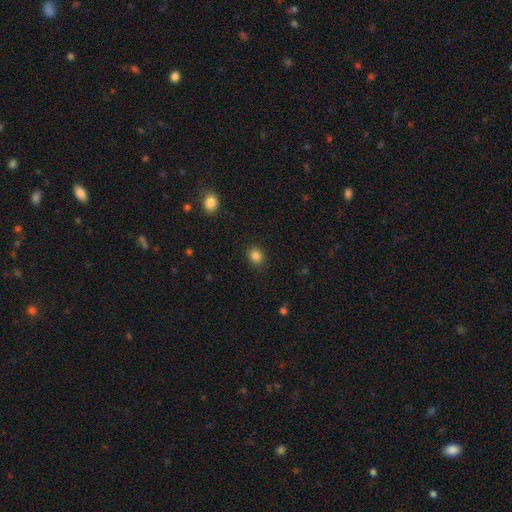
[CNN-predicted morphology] This appears to be a smooth galaxy with no disk features (85%) that is round (58%). Merging: none (89%).